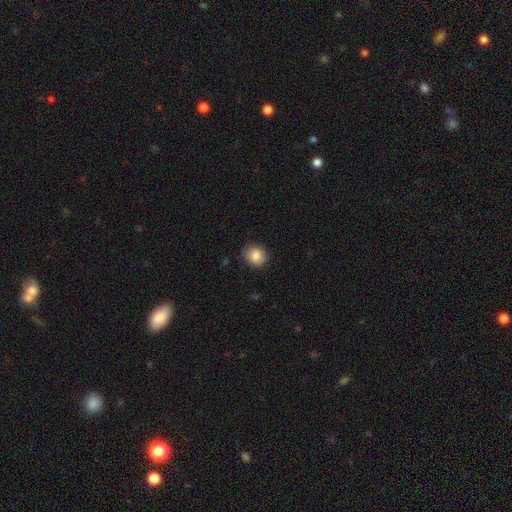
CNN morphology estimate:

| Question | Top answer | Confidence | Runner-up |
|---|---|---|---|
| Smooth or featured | smooth | 85% | star or artifact (8%) |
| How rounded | round | 68% | in between (31%) |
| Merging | none | 85% | minor disturbance (12%) |